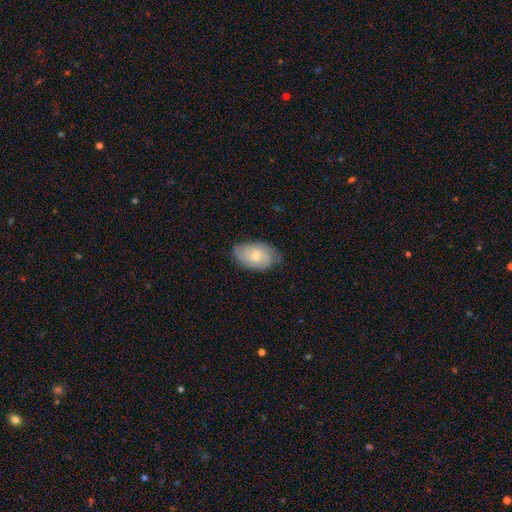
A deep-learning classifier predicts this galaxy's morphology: Smooth or featured: smooth — 49% (featured or disk — 45%)
Merging: none — 69% (minor disturbance — 25%)